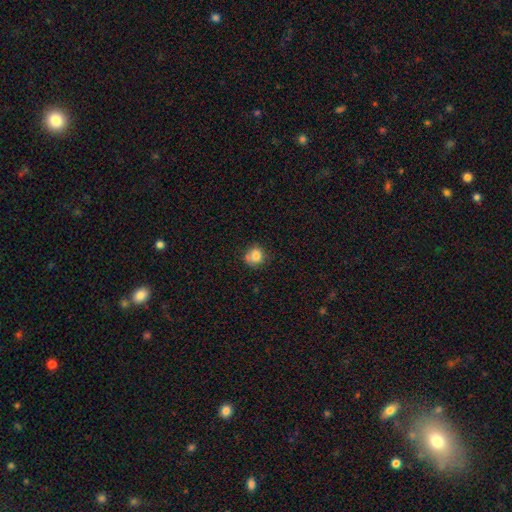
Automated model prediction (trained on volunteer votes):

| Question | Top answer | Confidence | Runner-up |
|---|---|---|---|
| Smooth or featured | smooth | 80% | star or artifact (10%) |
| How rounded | round | 78% | in between (21%) |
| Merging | none | 62% | minor disturbance (26%) |